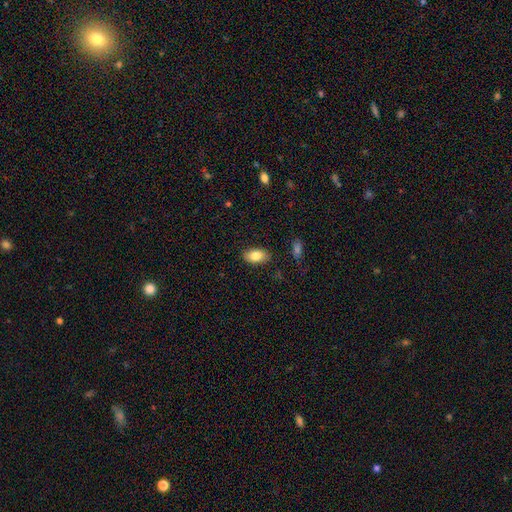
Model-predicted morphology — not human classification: Q: Smooth or featured?
A: smooth (83%); runner-up: featured or disk (10%)
Q: How rounded?
A: in between (92%); runner-up: round (6%)
Q: Merging?
A: none (87%); runner-up: minor disturbance (10%)